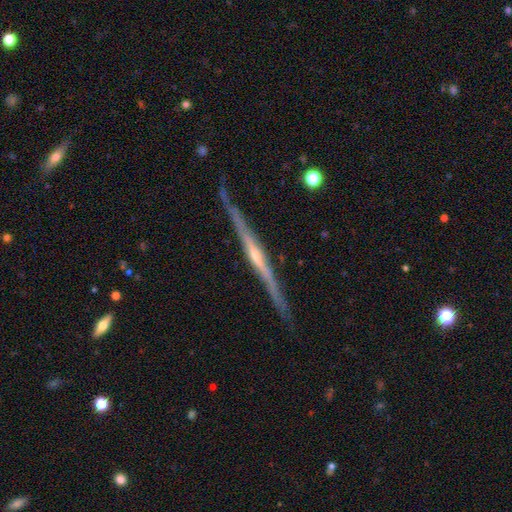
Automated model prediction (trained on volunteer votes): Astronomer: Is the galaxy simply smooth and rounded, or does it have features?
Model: featured or disk — 86%.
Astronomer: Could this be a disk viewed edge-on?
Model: yes — 98%.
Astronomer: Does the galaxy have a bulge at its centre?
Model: rounded — 70%.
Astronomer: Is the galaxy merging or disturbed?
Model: none — 88%.